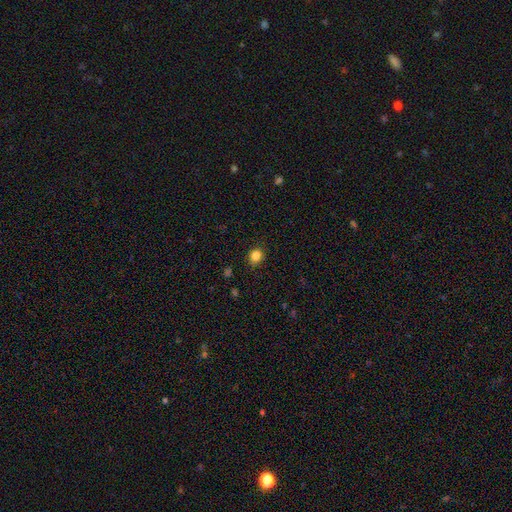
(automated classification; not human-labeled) This is clearly a smooth galaxy (84%). How rounded: likely round (67%). Merging: clearly none (88%).